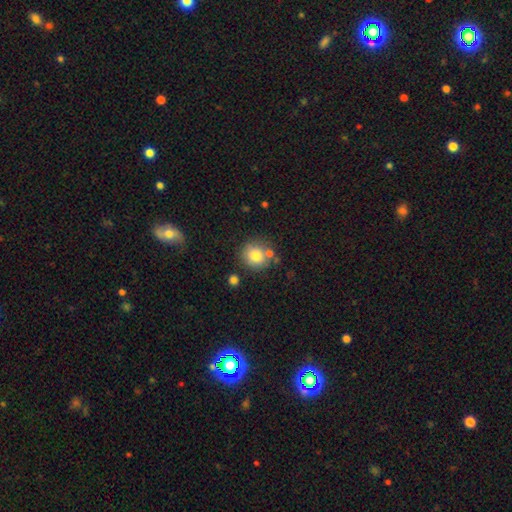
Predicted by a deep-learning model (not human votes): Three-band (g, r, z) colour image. It shows a smooth galaxy with no disk features (80%) that is round (87%). Merging: none (71%).